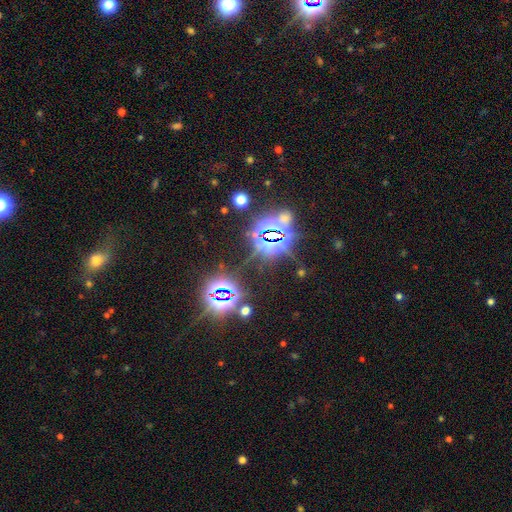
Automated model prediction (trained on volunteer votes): Q: Smooth or featured?
A: star or artifact (82%); runner-up: smooth (10%)